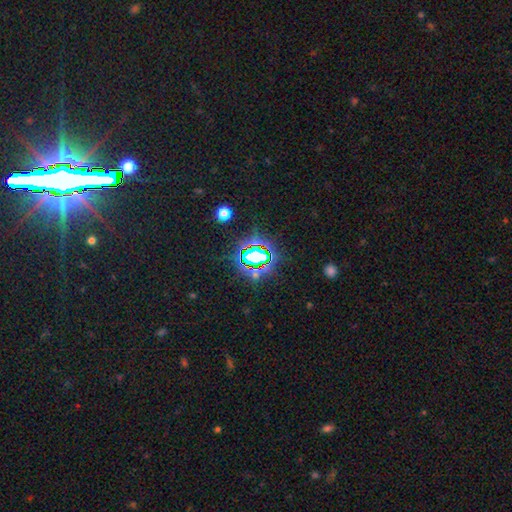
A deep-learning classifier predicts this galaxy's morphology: Smooth or featured?
  - star or artifact: 74% *
  - smooth: 15%
  - featured or disk: 11%